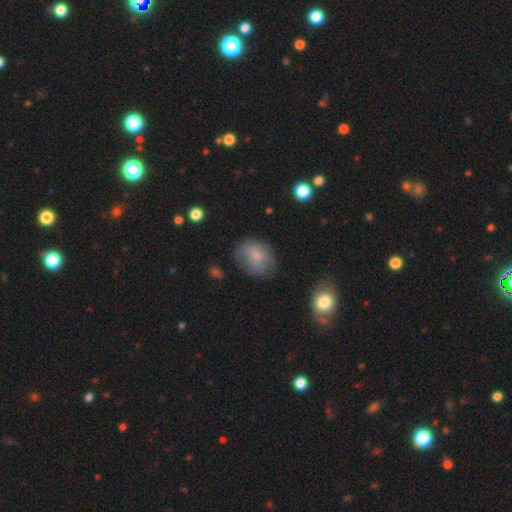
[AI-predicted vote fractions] smooth 73%, featured or disk 17%, star or artifact 9%. Down the decision tree: how rounded — in between (54%); merging — none (58%).